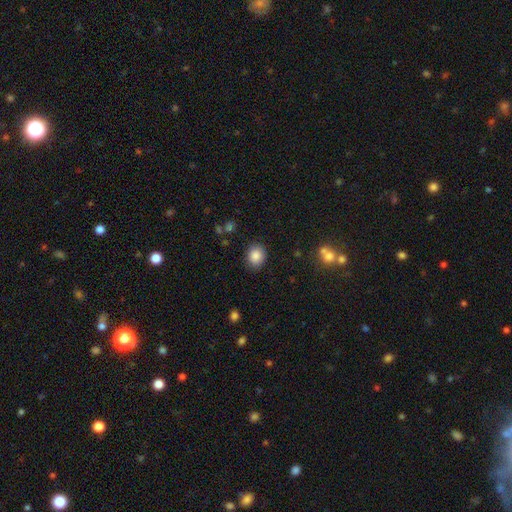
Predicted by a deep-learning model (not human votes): A smooth galaxy with no disk features (87%) that is round (64%).

Vote fractions:
- Smooth or featured? smooth: 87% / star or artifact: 9% / featured or disk: 4%
- How rounded? round: 64% / in between: 35% / cigar-shaped: 1%
- Merging? none: 86% / minor disturbance: 10% / major disturbance: 3% / merger: 2%